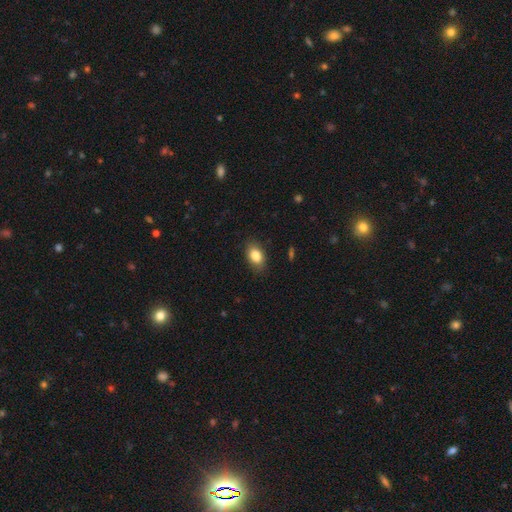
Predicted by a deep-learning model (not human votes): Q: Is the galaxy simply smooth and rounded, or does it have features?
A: smooth — 84%.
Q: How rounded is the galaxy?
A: in between — 87%.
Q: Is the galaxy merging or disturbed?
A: none — 86%.